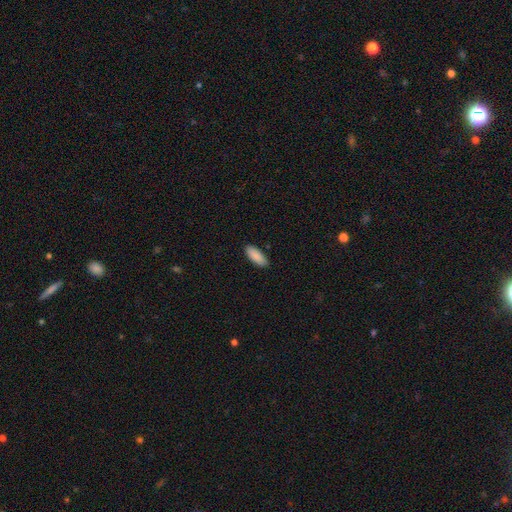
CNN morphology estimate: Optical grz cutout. It shows a smooth galaxy with no disk features (90%) that is in between round and cigar-shaped (79%). Merging: none (88%).